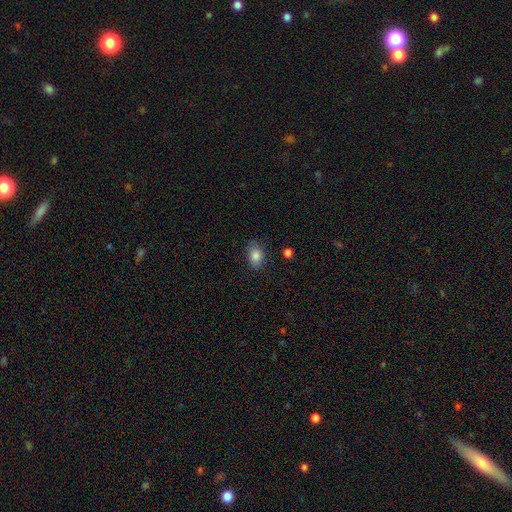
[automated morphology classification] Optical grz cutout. It shows a smooth galaxy with no disk features (84%) that is in between round and cigar-shaped (78%). Merging: none (77%).